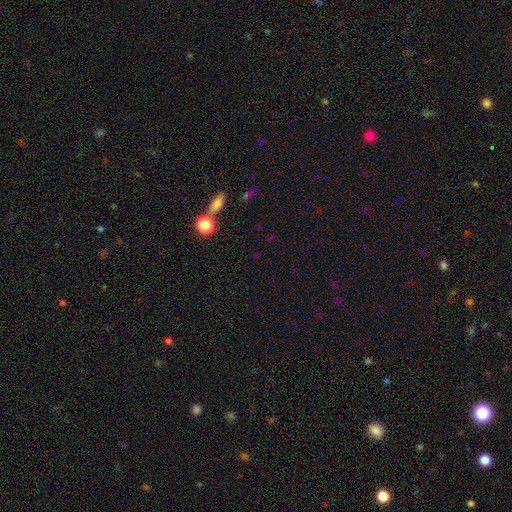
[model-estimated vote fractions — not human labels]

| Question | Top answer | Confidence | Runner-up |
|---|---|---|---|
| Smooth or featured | star or artifact | 46% | smooth (45%) |